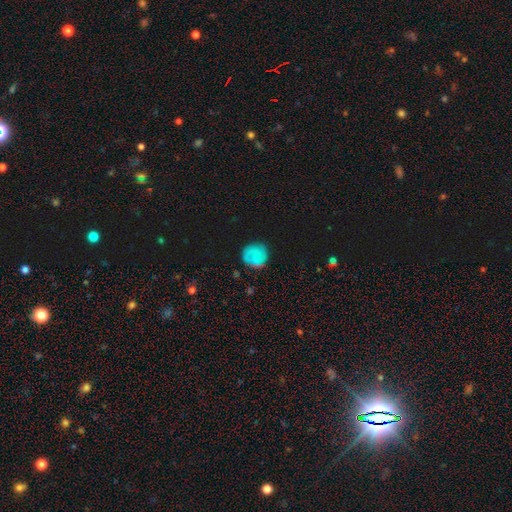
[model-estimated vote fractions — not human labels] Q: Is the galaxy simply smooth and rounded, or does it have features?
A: smooth — 63%.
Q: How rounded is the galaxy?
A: round — 91%.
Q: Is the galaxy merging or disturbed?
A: none — 79%.